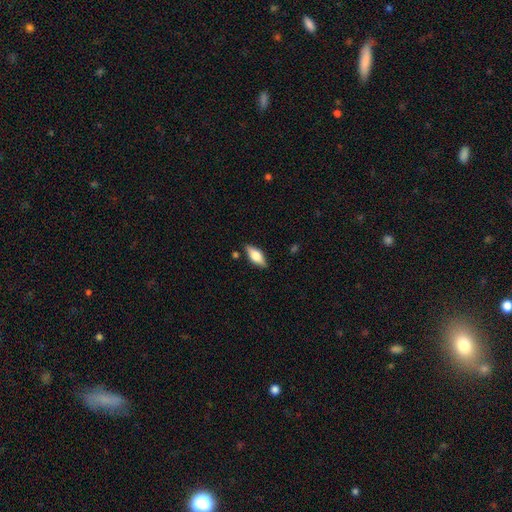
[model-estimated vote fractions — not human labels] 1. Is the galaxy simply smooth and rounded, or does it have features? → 59% smooth, 35% featured or disk, 7% star or artifact.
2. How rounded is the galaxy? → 76% in between, 21% cigar-shaped, 3% round.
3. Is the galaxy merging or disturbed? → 85% none, 11% minor disturbance, 2% major disturbance, 2% merger.